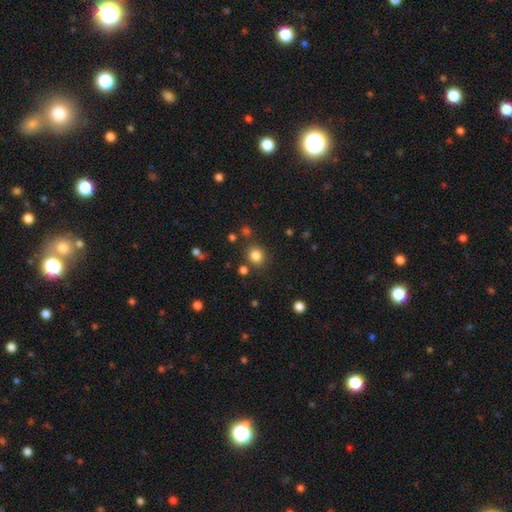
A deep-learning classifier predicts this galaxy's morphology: Q: Smooth or featured?
A: smooth (82%); runner-up: star or artifact (13%)
Q: How rounded?
A: round (81%); runner-up: in between (19%)
Q: Merging?
A: none (82%); runner-up: minor disturbance (9%)